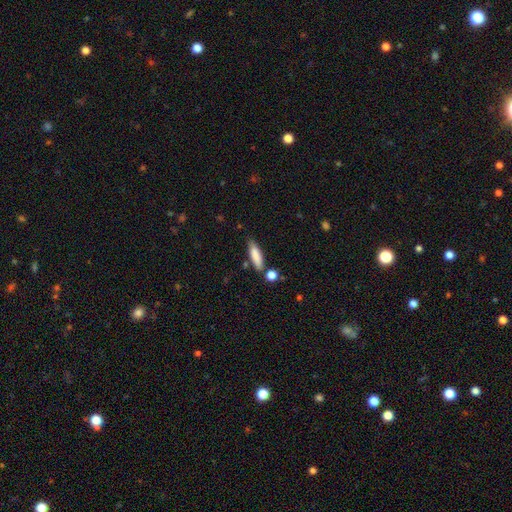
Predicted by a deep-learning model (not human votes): Smooth or featured? Predicted: smooth (p=0.83). How rounded? Predicted: cigar-shaped (p=0.57). Merging? Predicted: none (p=0.71).